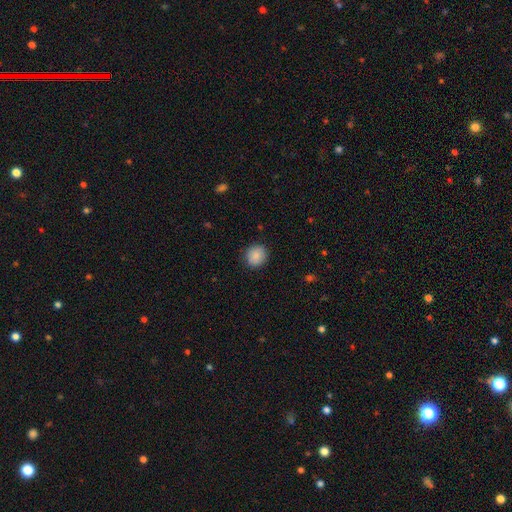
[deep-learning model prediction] This appears to be a smooth galaxy with no disk features (87%) that is round (84%). Merging: none (88%).